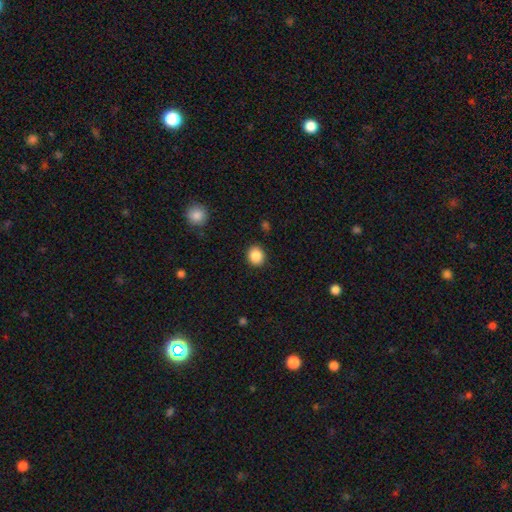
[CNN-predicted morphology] Smooth or featured: smooth — 87% (star or artifact — 9%)
How rounded: round — 81% (in between — 19%)
Merging: none — 90% (minor disturbance — 7%)